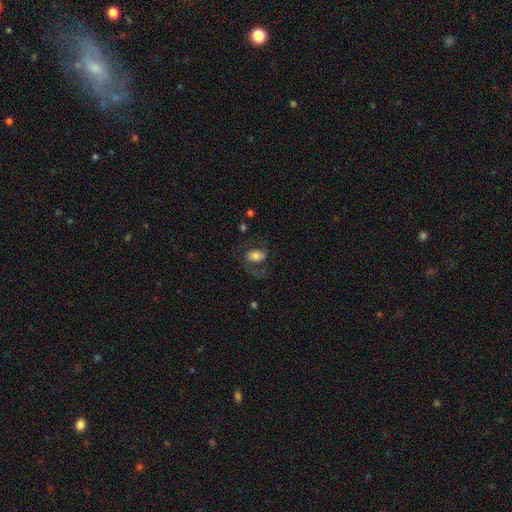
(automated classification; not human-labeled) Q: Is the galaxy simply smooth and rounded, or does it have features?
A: smooth — 52%.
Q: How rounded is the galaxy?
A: in between — 83%.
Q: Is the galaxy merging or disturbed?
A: none — 56%.